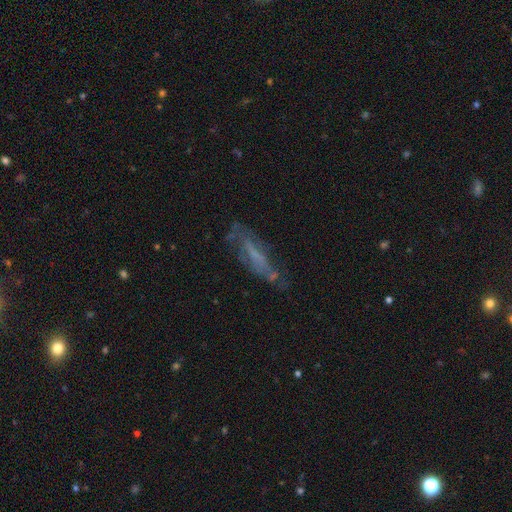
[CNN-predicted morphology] Smooth or featured? featured or disk (55%)
Edge-on disk? no (68%)
Merging? none (53%)